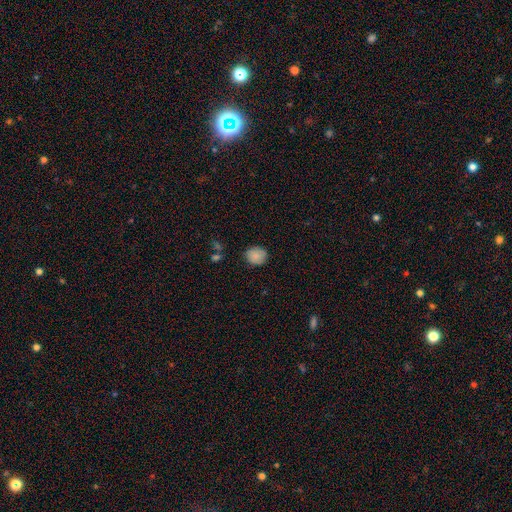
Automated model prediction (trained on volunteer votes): Q: Smooth or featured?
A: smooth (85%); runner-up: star or artifact (8%)
Q: How rounded?
A: round (75%); runner-up: in between (24%)
Q: Merging?
A: none (81%); runner-up: minor disturbance (14%)